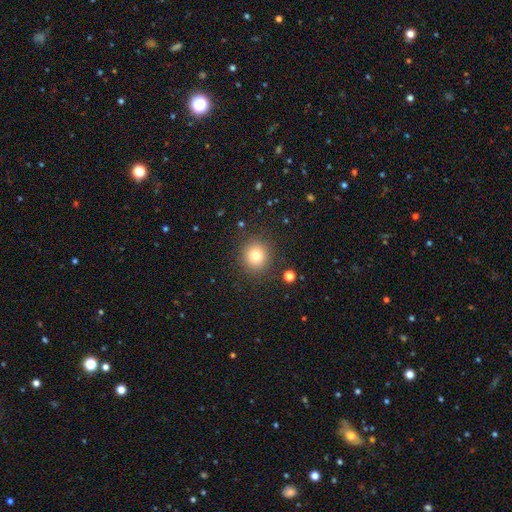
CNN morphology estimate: This appears to be a smooth galaxy with no disk features (78%) that is round (90%). Merging: none (89%).